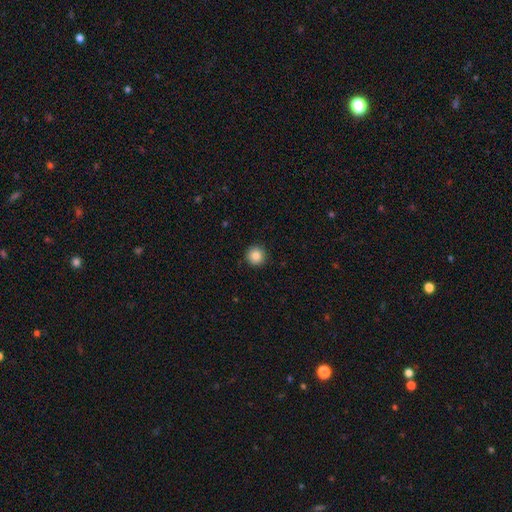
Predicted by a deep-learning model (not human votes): The model was most divided on "smooth or featured": smooth: 86%, star or artifact: 10%, featured or disk: 5%. More confident: how rounded — round (95%); merging — none (92%).